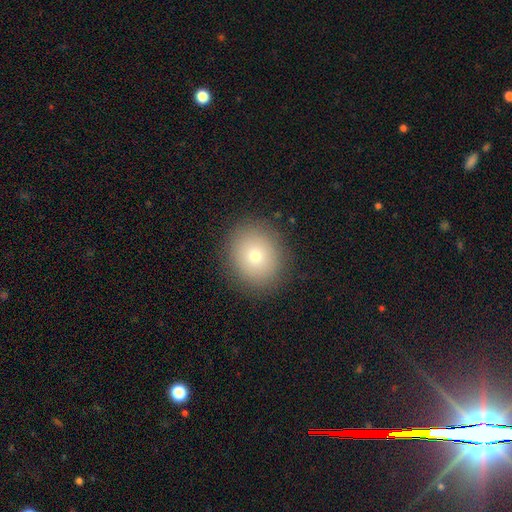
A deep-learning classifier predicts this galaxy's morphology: Smooth or featured? smooth (75%)
How rounded? round (69%)
Merging? none (88%)